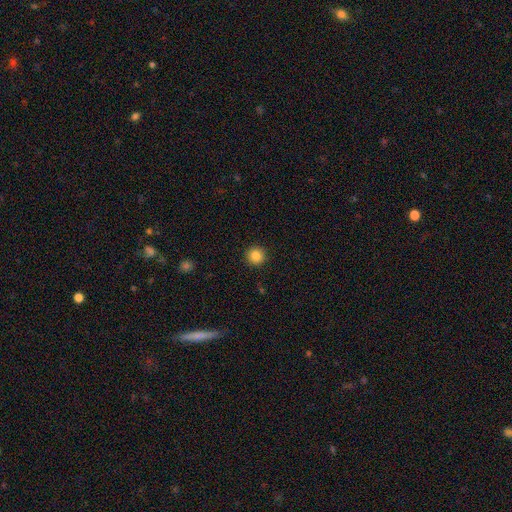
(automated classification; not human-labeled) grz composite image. It shows a smooth galaxy with no disk features (85%) that is round (94%). Merging: none (92%).